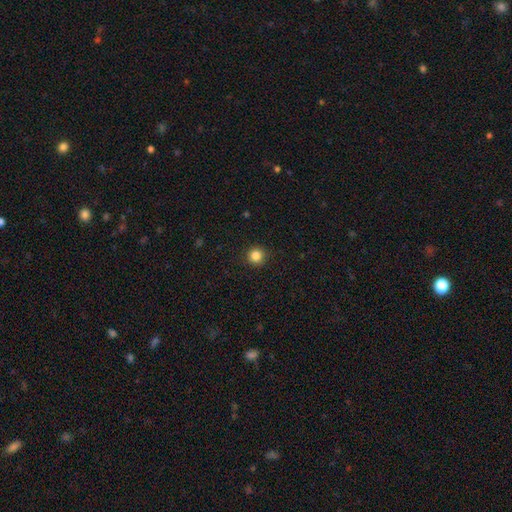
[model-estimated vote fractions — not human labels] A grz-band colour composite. It shows a smooth galaxy with no disk features (84%) that is round (94%). Merging: none (91%).